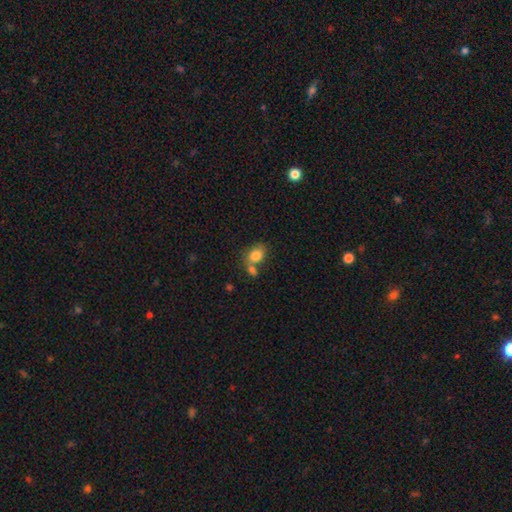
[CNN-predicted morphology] Smooth or featured? Predicted: smooth (p=0.83). How rounded? Predicted: in between (p=0.65). Merging? Predicted: none (p=0.44).